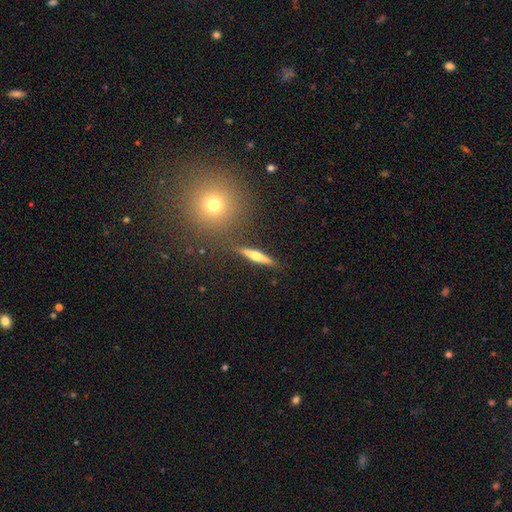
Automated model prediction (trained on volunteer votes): smooth_or_featured: featured or disk (p=0.56) [alt: smooth p=0.37]
disk_edge_on: yes (p=0.95) [alt: no p=0.05]
edge_on_bulge: rounded (p=0.90) [alt: boxy p=0.05]
merging: none (p=0.86) [alt: minor disturbance p=0.08]